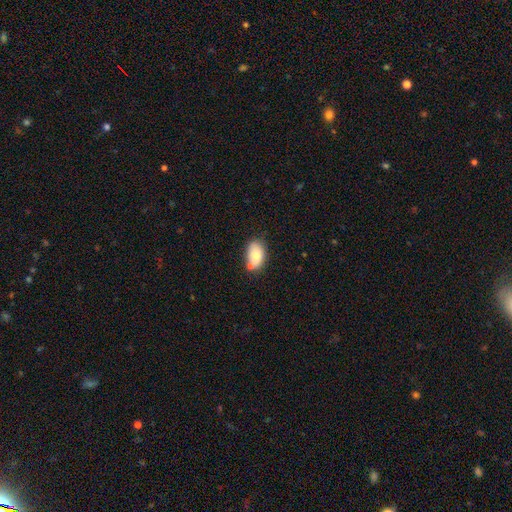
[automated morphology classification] Smooth or featured? Predicted: smooth (p=0.77). How rounded? Predicted: in between (p=0.89). Merging? Predicted: none (p=0.60).